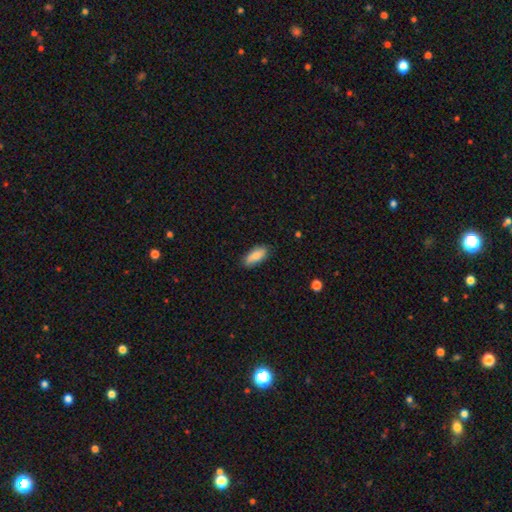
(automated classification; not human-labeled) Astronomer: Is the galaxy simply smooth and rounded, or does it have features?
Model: smooth — 84%.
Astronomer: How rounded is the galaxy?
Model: in between — 84%.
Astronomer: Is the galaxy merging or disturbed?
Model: none — 81%.